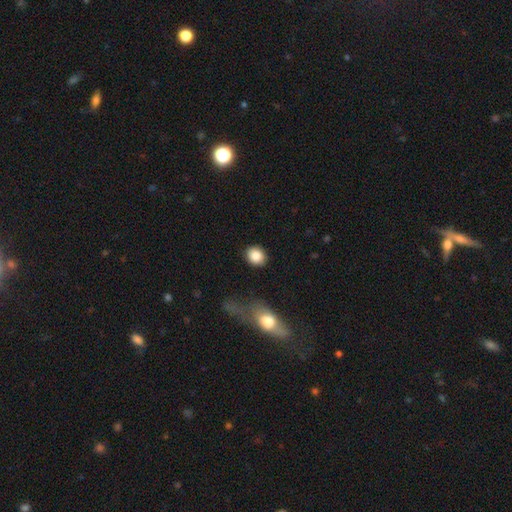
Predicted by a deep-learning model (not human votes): smooth_or_featured: smooth (p=0.86) [alt: star or artifact p=0.08]
how_rounded: round (p=0.66) [alt: in between p=0.32]
merging: none (p=0.87) [alt: minor disturbance p=0.08]